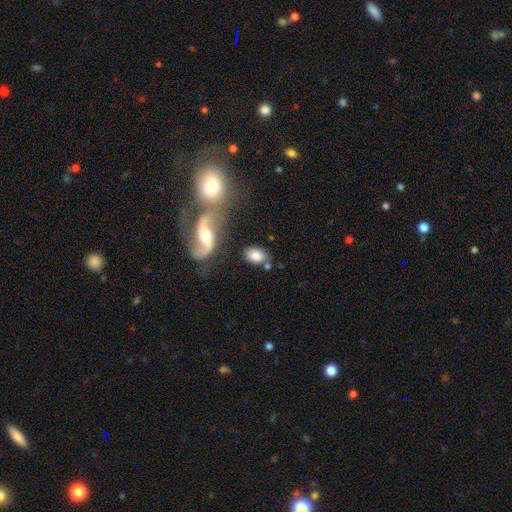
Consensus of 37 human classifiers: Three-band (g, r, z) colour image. It shows a smooth galaxy with no disk features (81%) that is in between round and cigar-shaped (87%). Merging: none (69%).